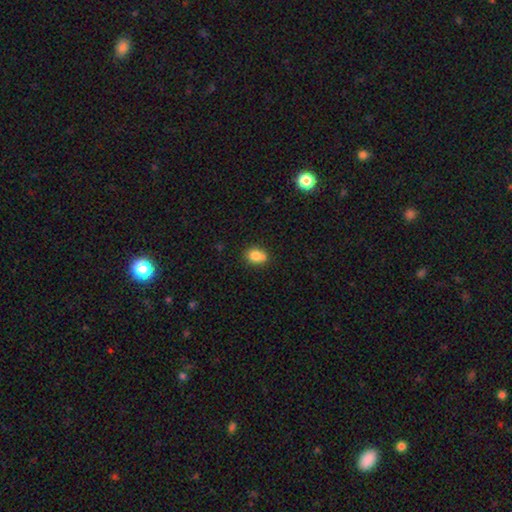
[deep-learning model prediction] This appears to be a smooth galaxy with no disk features (77%) that is round (54%). Merging: none (48%).